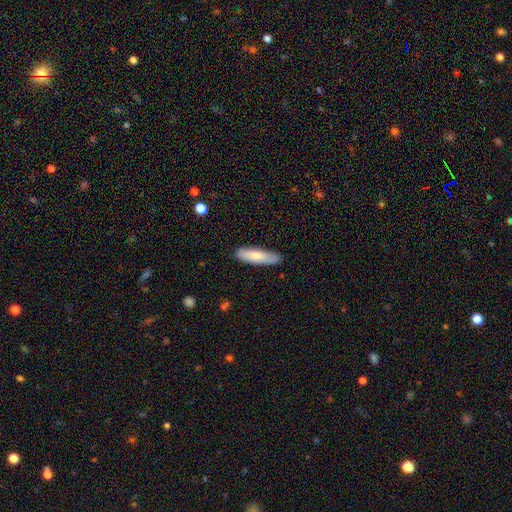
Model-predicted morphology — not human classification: A smooth galaxy with no disk features (74%) that is cigar-shaped (64%). Merging: none (85%).